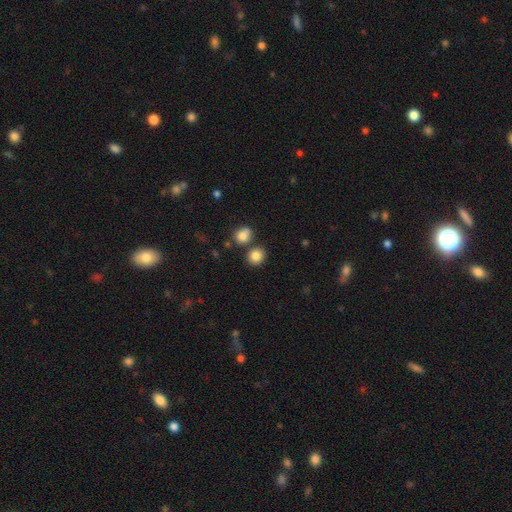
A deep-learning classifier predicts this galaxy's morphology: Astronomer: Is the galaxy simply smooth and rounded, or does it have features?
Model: smooth — 84%.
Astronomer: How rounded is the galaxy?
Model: round — 77%.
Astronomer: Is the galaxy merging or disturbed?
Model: none — 75%.